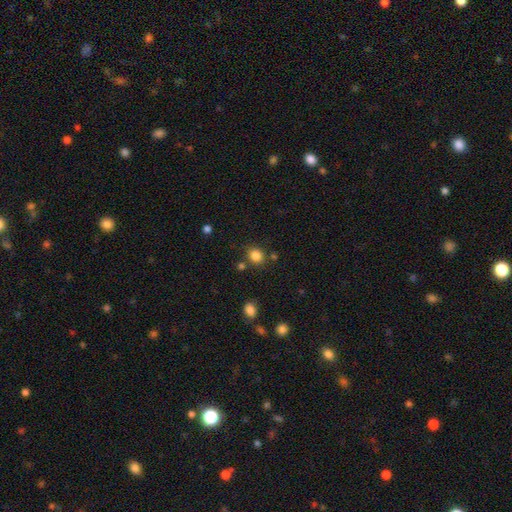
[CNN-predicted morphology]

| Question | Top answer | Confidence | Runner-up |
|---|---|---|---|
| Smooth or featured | smooth | 84% | star or artifact (12%) |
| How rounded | round | 77% | in between (22%) |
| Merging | none | 79% | minor disturbance (10%) |